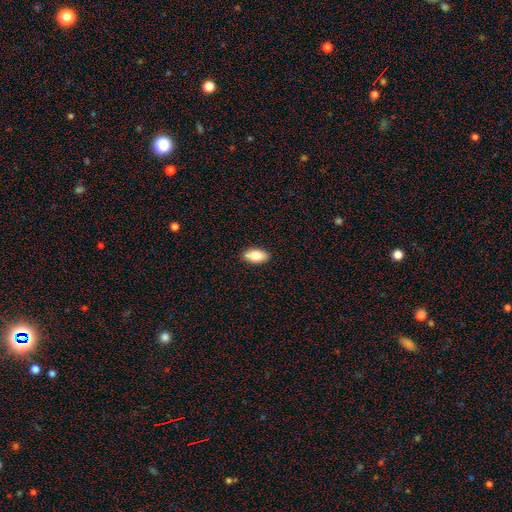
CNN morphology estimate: Q: Smooth or featured?
A: smooth (83%); runner-up: featured or disk (11%)
Q: How rounded?
A: in between (93%); runner-up: cigar-shaped (4%)
Q: Merging?
A: none (91%); runner-up: minor disturbance (7%)